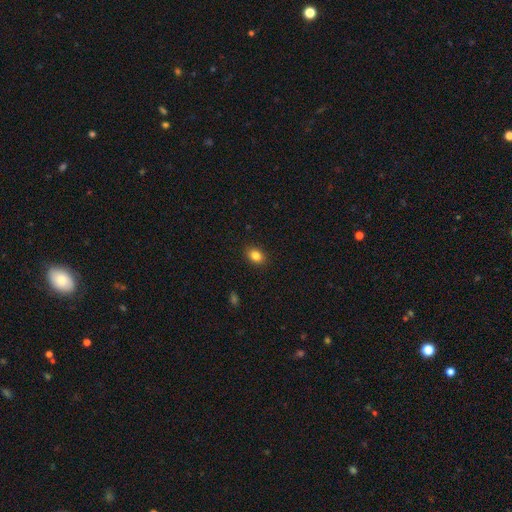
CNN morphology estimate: Smooth or featured: smooth — 85% (star or artifact — 10%)
How rounded: in between — 68% (round — 31%)
Merging: none — 89% (minor disturbance — 8%)